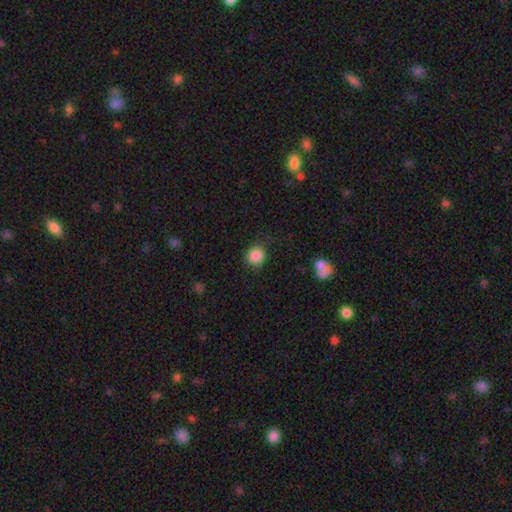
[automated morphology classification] Smooth or featured: smooth — 86% (star or artifact — 10%)
How rounded: round — 90% (in between — 9%)
Merging: none — 83% (minor disturbance — 11%)